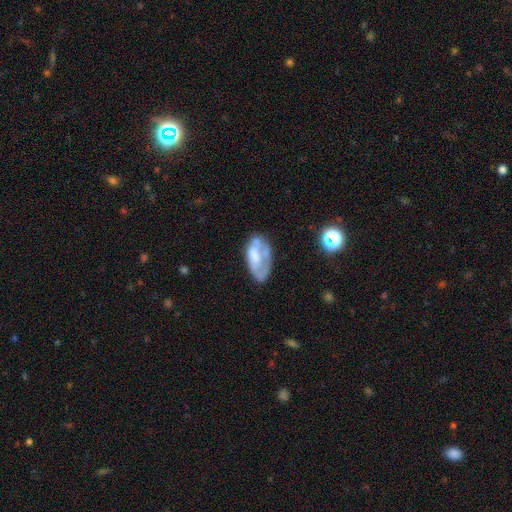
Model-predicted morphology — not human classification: This appears to be a smooth galaxy with no disk features (46%, tied with featured or disk). Merging: none (47%).